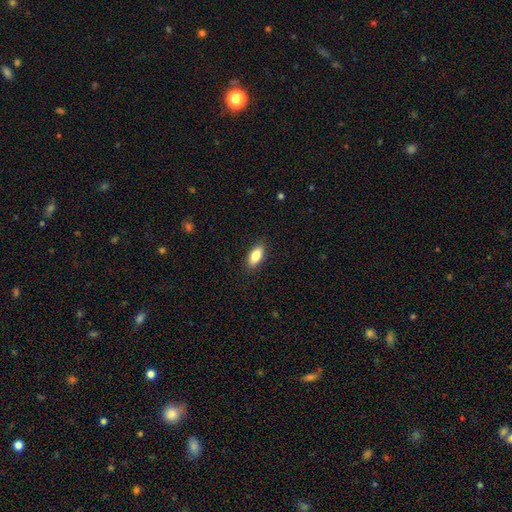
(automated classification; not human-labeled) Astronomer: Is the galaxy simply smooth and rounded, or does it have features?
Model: smooth — 84%.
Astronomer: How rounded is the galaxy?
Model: in between — 84%.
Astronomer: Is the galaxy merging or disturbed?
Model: none — 89%.